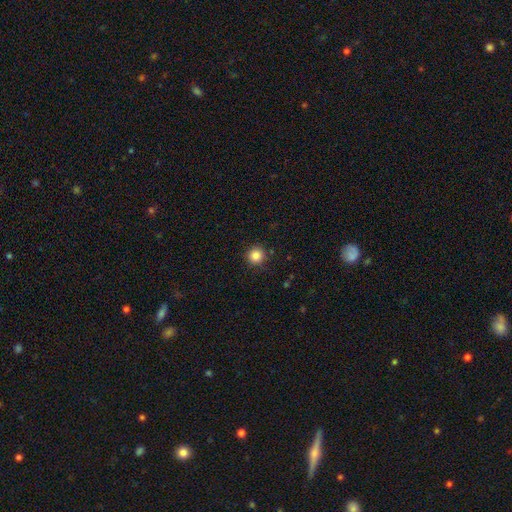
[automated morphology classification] Smooth or featured? smooth (85%)
How rounded? round (95%)
Merging? none (91%)